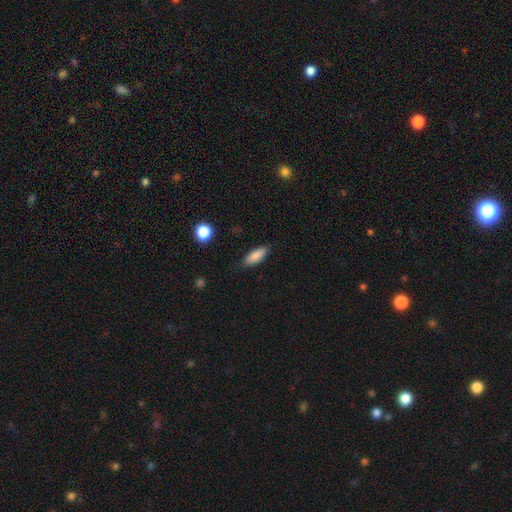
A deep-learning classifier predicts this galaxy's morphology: smooth_or_featured: smooth (p=0.85) [alt: featured or disk p=0.08]
how_rounded: in between (p=0.64) [alt: cigar-shaped p=0.33]
merging: none (p=0.83) [alt: minor disturbance p=0.13]